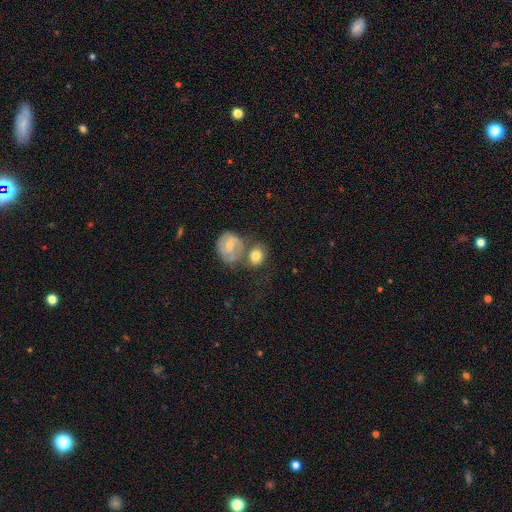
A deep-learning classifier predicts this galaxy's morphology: A smooth galaxy with no disk features (69%) that is round (62%). Merging: none (46%).